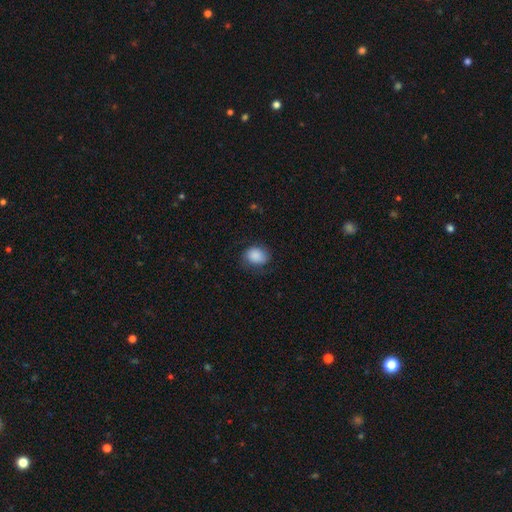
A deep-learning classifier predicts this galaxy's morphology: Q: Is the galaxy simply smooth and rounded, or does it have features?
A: smooth — 83%.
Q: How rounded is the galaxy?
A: in between — 52%.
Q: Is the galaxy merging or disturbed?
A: none — 68%.